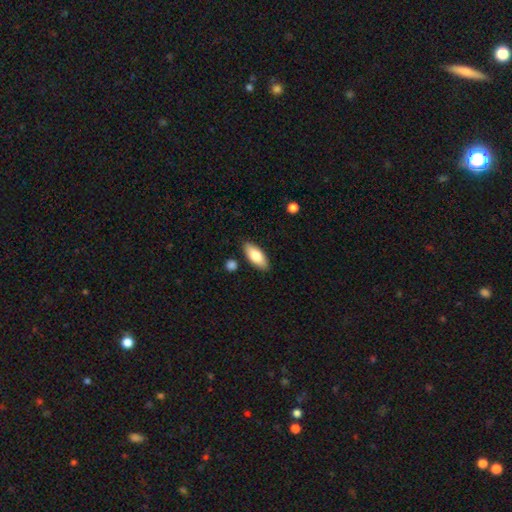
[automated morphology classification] Smooth or featured? Predicted: smooth (p=0.78). How rounded? Predicted: in between (p=0.82). Merging? Predicted: none (p=0.86).